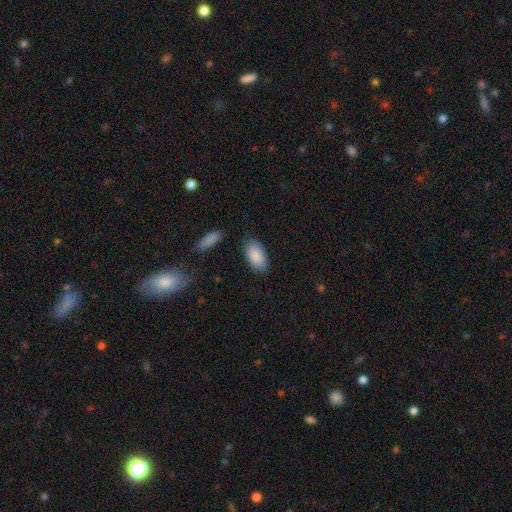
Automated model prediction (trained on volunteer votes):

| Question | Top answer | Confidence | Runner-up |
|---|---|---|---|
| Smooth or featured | smooth | 88% | featured or disk (6%) |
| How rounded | in between | 94% | cigar-shaped (3%) |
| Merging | none | 81% | minor disturbance (13%) |